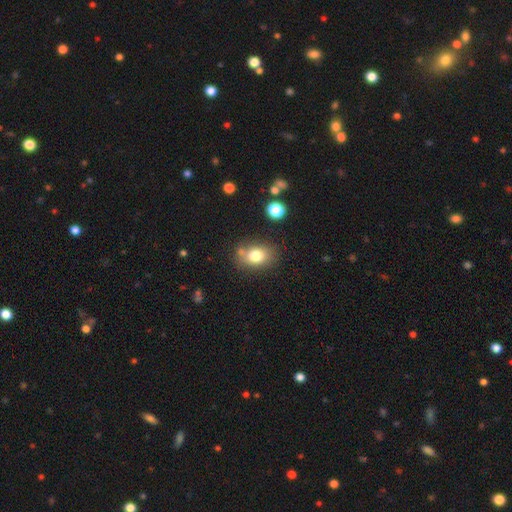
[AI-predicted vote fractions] The model was most divided on "how rounded": in between: 65%, round: 34%, cigar-shaped: 1%. More confident: smooth or featured — smooth (78%); merging — none (68%).